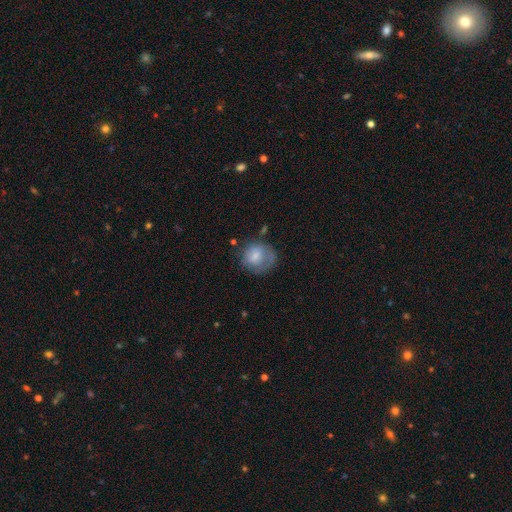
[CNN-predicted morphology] This appears to be a smooth galaxy with no disk features (68%) that is round (73%). Merging: none (50%).